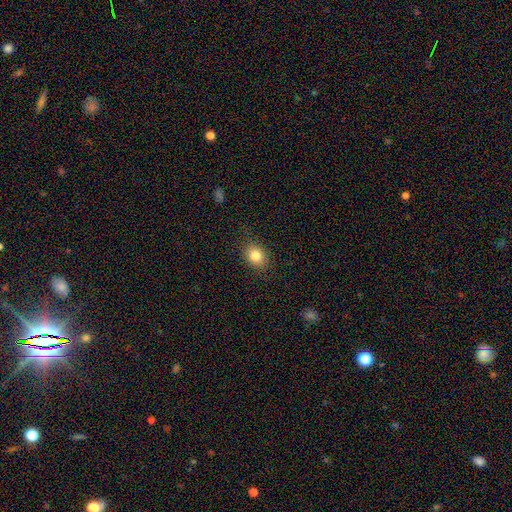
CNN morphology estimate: Smooth or featured? Predicted: smooth (p=0.83). How rounded? Predicted: in between (p=0.51). Merging? Predicted: none (p=0.85).